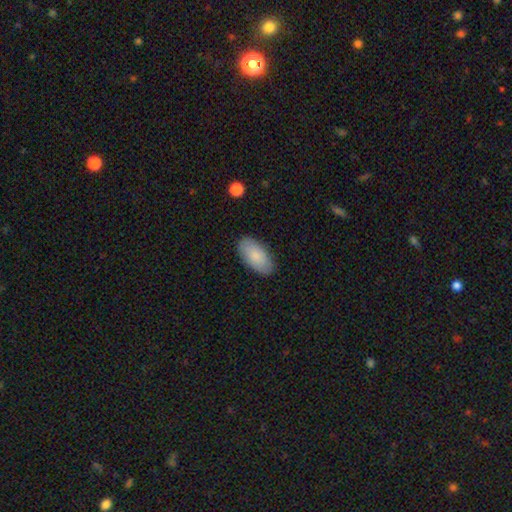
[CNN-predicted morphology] This appears to be a smooth galaxy with no disk features (84%) that is in between round and cigar-shaped (95%). Merging: none (87%).